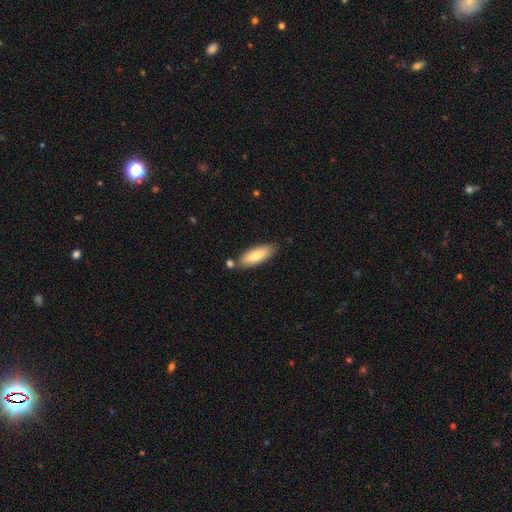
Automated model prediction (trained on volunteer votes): Smooth or featured: smooth — 76% (featured or disk — 18%)
How rounded: in between — 62% (cigar-shaped — 36%)
Merging: none — 75% (minor disturbance — 13%)